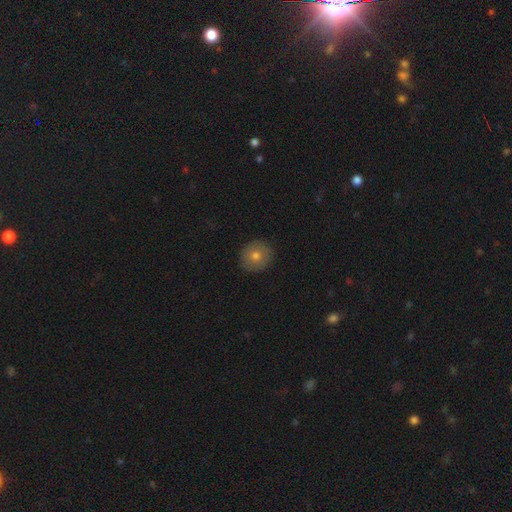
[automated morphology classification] smooth-or-featured: smooth: 72% | featured or disk: 18% | star or artifact: 10%
  how-rounded: round: 88% | in between: 11% | cigar-shaped: 1%
  merging: none: 90% | minor disturbance: 7% | major disturbance: 2% | merger: 1%